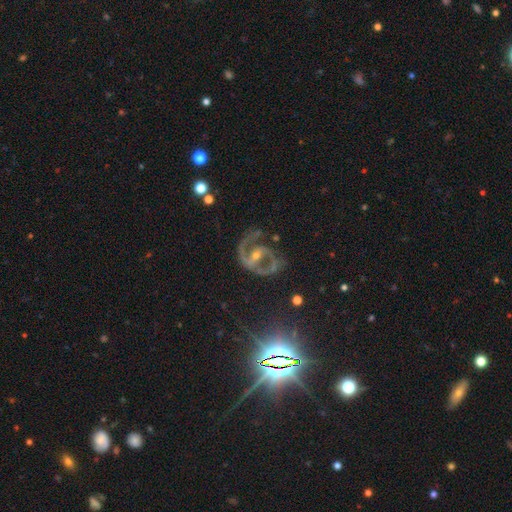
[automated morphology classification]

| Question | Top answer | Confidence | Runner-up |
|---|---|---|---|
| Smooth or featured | featured or disk | 84% | star or artifact (11%) |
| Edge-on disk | no | 97% | yes (3%) |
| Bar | strong | 40% | weak (34%) |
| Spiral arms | yes | 93% | no (7%) |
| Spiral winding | medium | 56% | tight (26%) |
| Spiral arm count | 2 | 82% | 1 (7%) |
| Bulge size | small | 58% | moderate (37%) |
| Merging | none | 60% | major disturbance (18%) |